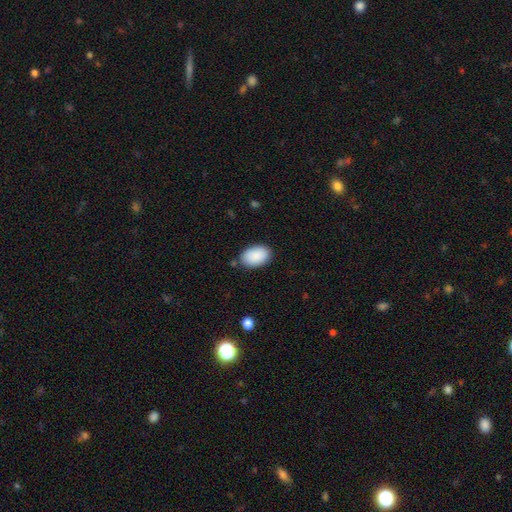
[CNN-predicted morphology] A smooth galaxy with no disk features (90%) that is in between round and cigar-shaped (92%).

Vote fractions:
- Smooth or featured? smooth: 90% / star or artifact: 6% / featured or disk: 4%
- How rounded? in between: 92% / round: 7% / cigar-shaped: 1%
- Merging? none: 83% / minor disturbance: 12% / major disturbance: 3% / merger: 2%